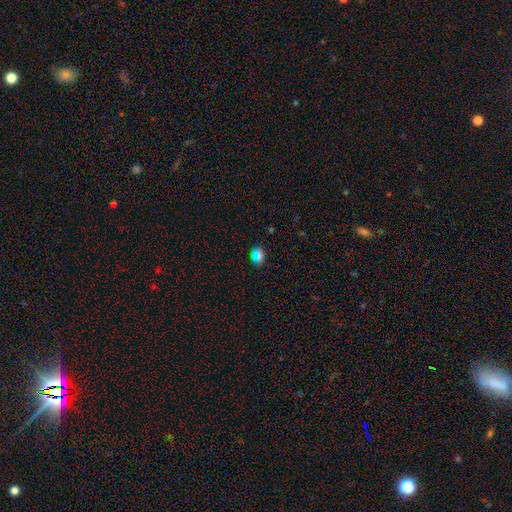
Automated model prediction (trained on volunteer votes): Smooth or featured? smooth (60%)
How rounded? in between (51%)
Merging? none (82%)